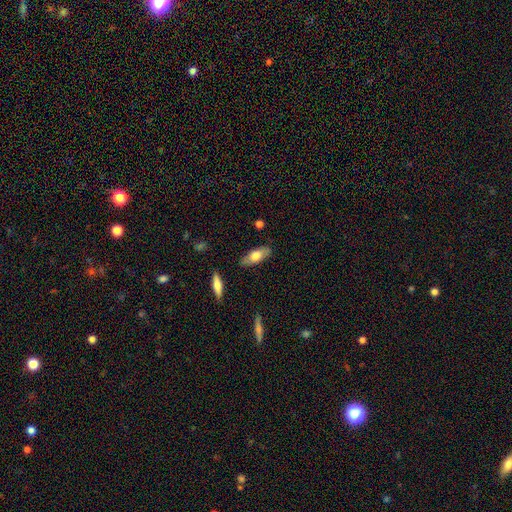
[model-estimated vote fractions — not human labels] This is likely a smooth galaxy (65%). How rounded: likely in between (77%). Merging: clearly none (82%).